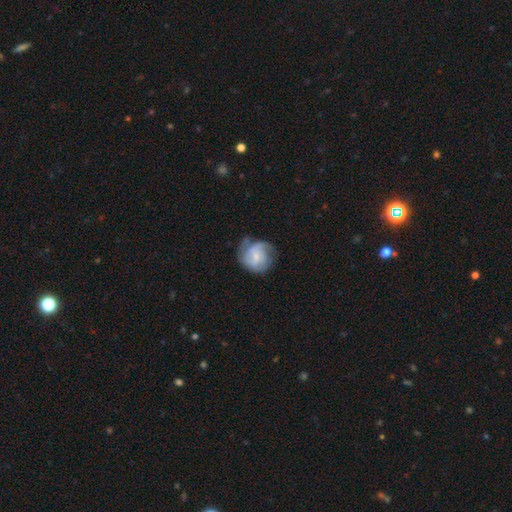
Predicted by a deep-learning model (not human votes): Smooth or featured? Predicted: featured or disk (p=0.58). Edge-on disk? Predicted: no (p=0.98). Bar? Predicted: no (p=0.51). Spiral arms? Predicted: yes (p=0.86). Bulge size? Predicted: small (p=0.59). Merging? Predicted: none (p=0.56).